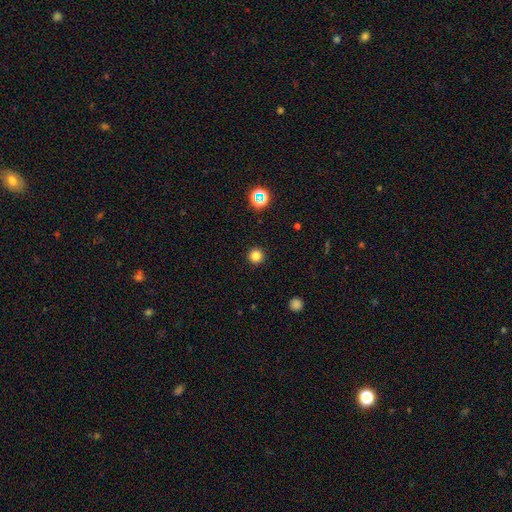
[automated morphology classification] Smooth or featured?
  - smooth: 81% *
  - star or artifact: 15%
  - featured or disk: 4%
How rounded?
  - round: 96% *
  - in between: 3%
  - cigar-shaped: 1%
Merging?
  - none: 93% *
  - minor disturbance: 4%
  - major disturbance: 2%
  - merger: 1%